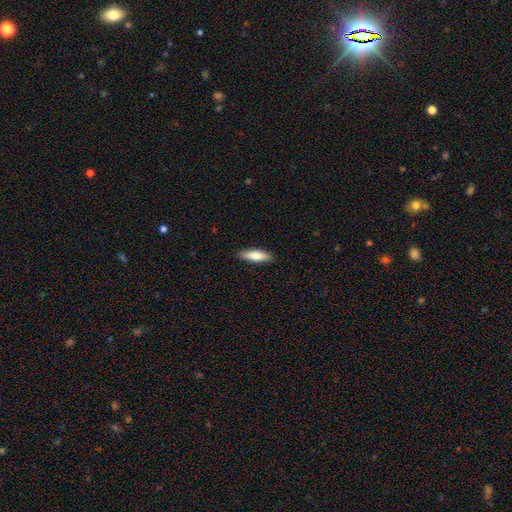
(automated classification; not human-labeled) This appears to be a smooth galaxy with no disk features (77%) that is cigar-shaped (58%). Merging: none (89%).